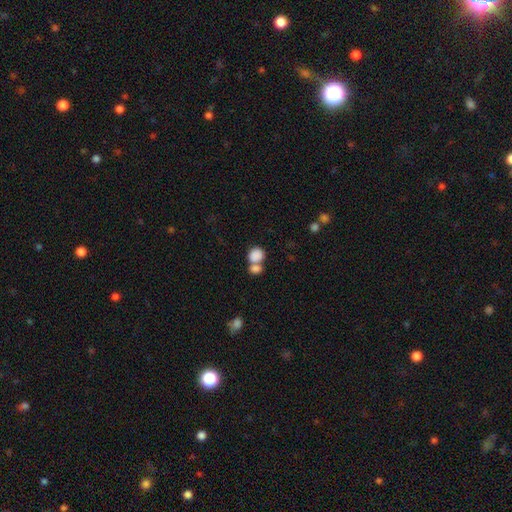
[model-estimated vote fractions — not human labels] Smooth or featured? smooth (83%)
How rounded? round (63%)
Merging? merger (54%)